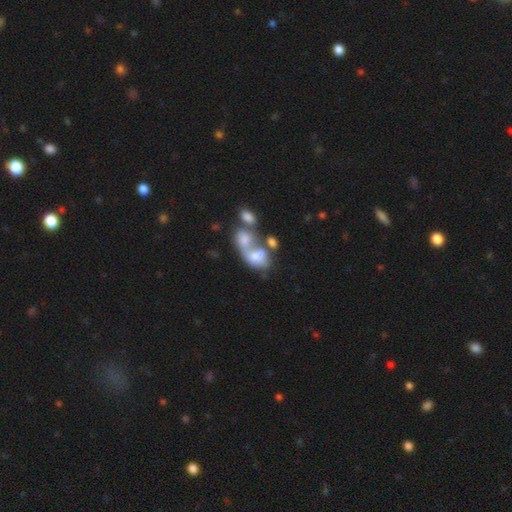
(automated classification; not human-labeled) smooth-or-featured: smooth: 53% | featured or disk: 35% | star or artifact: 12%
  how-rounded: in between: 81% | round: 16% | cigar-shaped: 3%
  merging: merger: 65% | major disturbance: 15% | none: 12% | minor disturbance: 8%